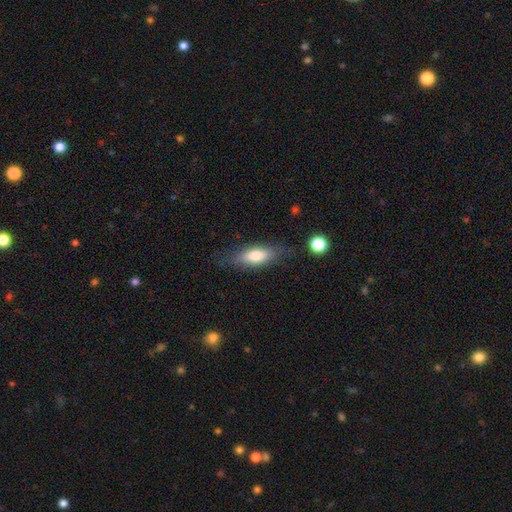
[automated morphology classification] smooth-or-featured: smooth: 69% | featured or disk: 23% | star or artifact: 7%
  how-rounded: in between: 63% | cigar-shaped: 34% | round: 3%
  merging: none: 75% | minor disturbance: 17% | major disturbance: 5% | merger: 3%